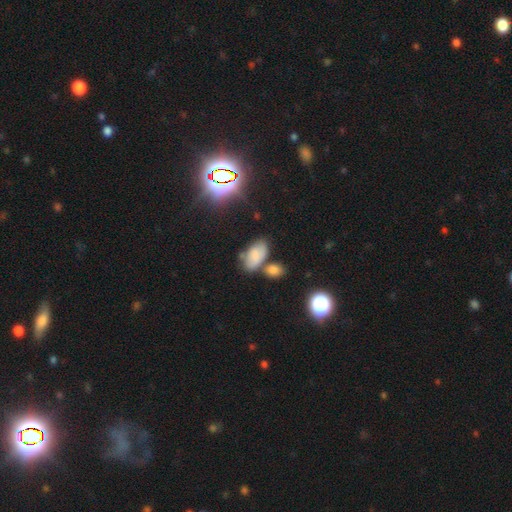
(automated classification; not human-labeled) Overall: smooth (70%). How rounded: in between (93%). Merging: none (51%; merger 23%).